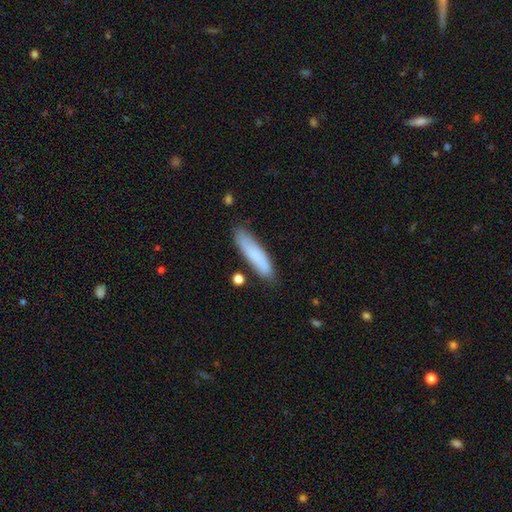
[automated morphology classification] smooth-or-featured: smooth: 79% | featured or disk: 15% | star or artifact: 6%
  how-rounded: cigar-shaped: 77% | in between: 22% | round: 1%
  merging: none: 81% | minor disturbance: 14% | merger: 3% | major disturbance: 3%